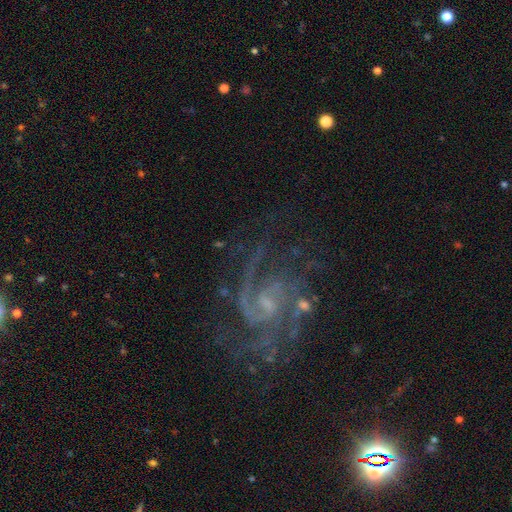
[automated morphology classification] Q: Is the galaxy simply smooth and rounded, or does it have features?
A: featured or disk — 87%.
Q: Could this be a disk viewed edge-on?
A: no — 98%.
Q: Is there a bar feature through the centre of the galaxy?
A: no — 47%.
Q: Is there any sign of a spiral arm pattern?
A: yes — 97%.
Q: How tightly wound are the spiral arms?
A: medium — 54%.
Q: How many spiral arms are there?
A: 2 — 51%.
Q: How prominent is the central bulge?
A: small — 64%.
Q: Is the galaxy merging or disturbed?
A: none — 67%.